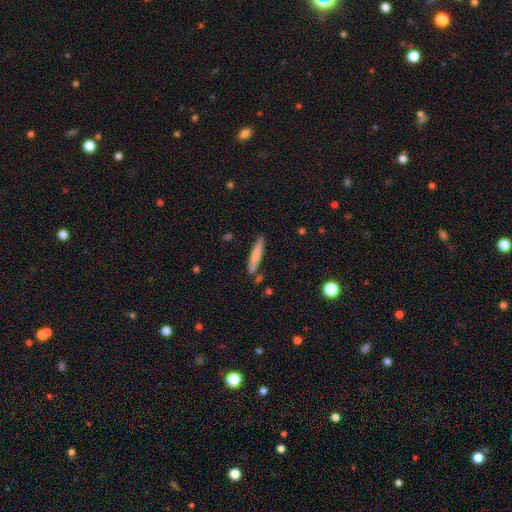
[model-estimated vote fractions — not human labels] Smooth or featured?
  - smooth: 73% *
  - featured or disk: 21%
  - star or artifact: 6%
How rounded?
  - cigar-shaped: 92% *
  - in between: 7%
  - round: 1%
Merging?
  - none: 80% *
  - minor disturbance: 12%
  - merger: 5%
  - major disturbance: 2%